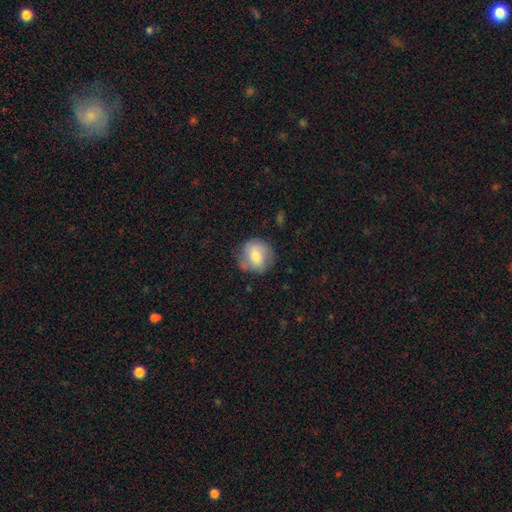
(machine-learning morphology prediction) This is likely a smooth galaxy (65%). How rounded: clearly round (85%). Merging: likely none (72%).